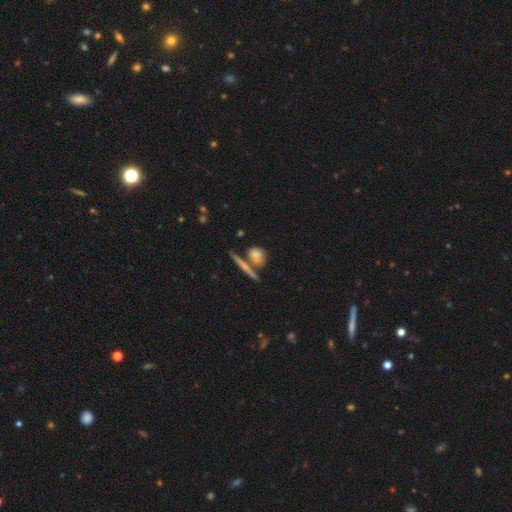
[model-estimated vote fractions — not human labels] Smooth or featured?
  - smooth: 71% *
  - featured or disk: 21%
  - star or artifact: 8%
How rounded?
  - round: 58% *
  - in between: 25%
  - cigar-shaped: 17%
Merging?
  - none: 59% *
  - merger: 24%
  - minor disturbance: 12%
  - major disturbance: 5%